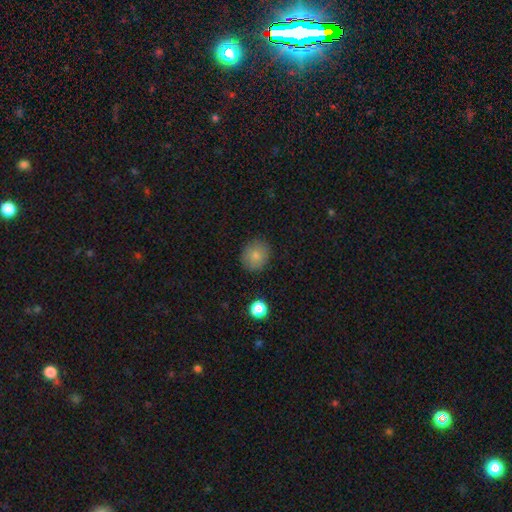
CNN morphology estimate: type=smooth (81%); roundness=round (77%); merging=none (87%).